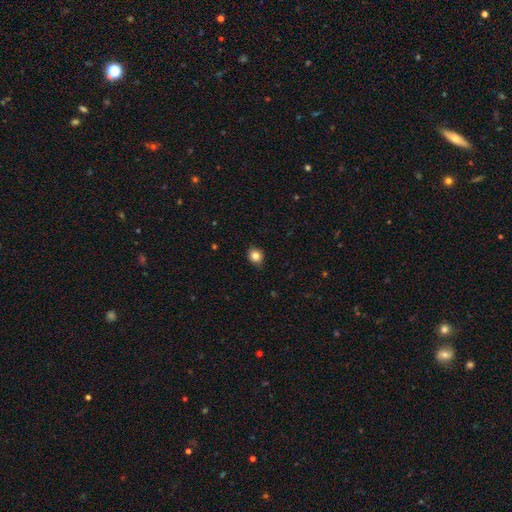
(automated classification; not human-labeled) Smooth or featured? smooth (84%)
How rounded? round (64%)
Merging? none (86%)